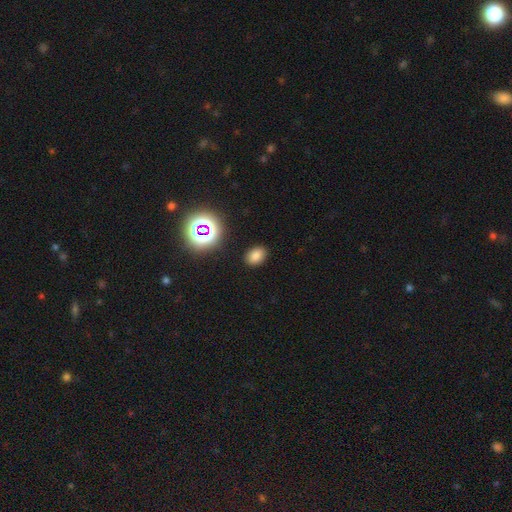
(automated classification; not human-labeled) Smooth or featured: smooth — 76% (star or artifact — 18%)
How rounded: in between — 72% (round — 27%)
Merging: none — 88% (minor disturbance — 8%)